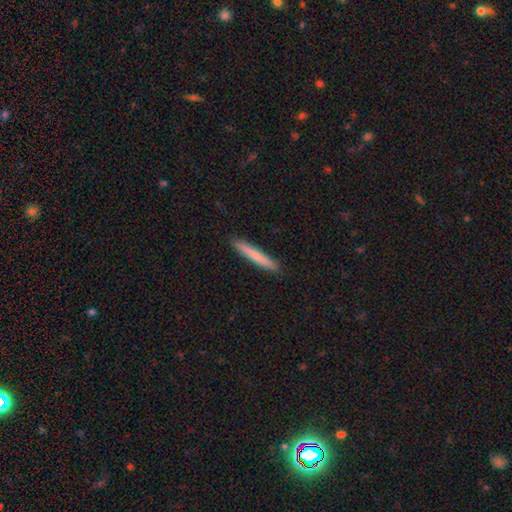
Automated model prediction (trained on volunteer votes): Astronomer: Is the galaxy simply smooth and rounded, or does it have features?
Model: smooth — 75%.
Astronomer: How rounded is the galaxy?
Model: cigar-shaped — 96%.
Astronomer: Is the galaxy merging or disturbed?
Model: none — 92%.